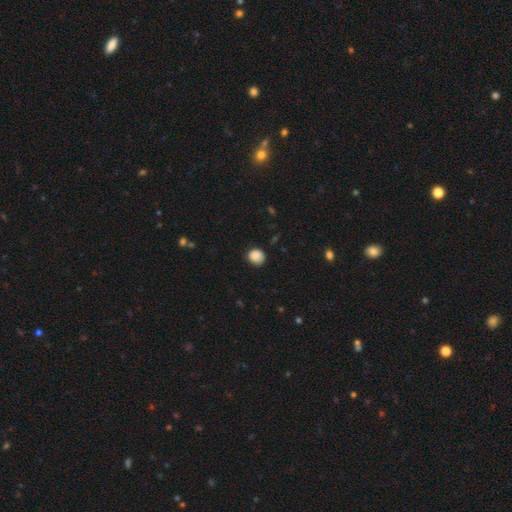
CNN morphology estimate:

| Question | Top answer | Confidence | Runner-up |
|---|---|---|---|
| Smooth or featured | smooth | 87% | star or artifact (9%) |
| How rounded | round | 82% | in between (17%) |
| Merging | none | 82% | minor disturbance (14%) |